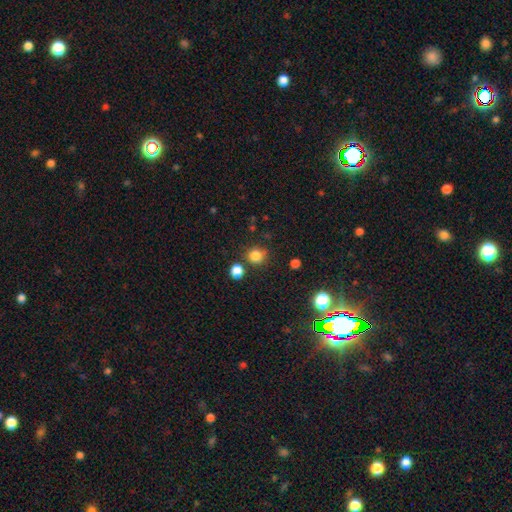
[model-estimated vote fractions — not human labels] smooth_or_featured: smooth (p=0.82) [alt: star or artifact p=0.13]
how_rounded: round (p=0.87) [alt: in between p=0.12]
merging: none (p=0.77) [alt: minor disturbance p=0.10]